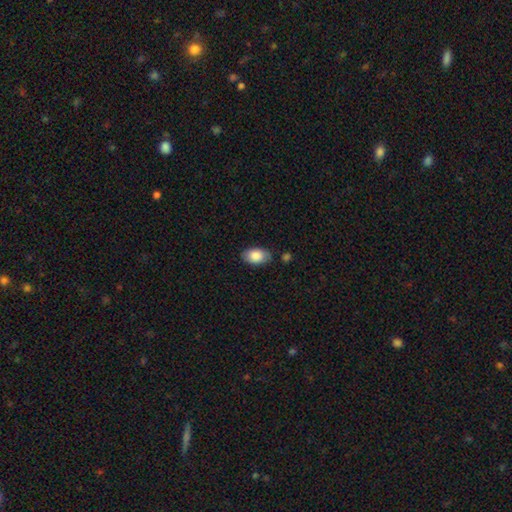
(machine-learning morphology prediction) smooth_or_featured: smooth (p=0.83) [alt: featured or disk p=0.11]
how_rounded: in between (p=0.91) [alt: round p=0.07]
merging: none (p=0.77) [alt: minor disturbance p=0.17]